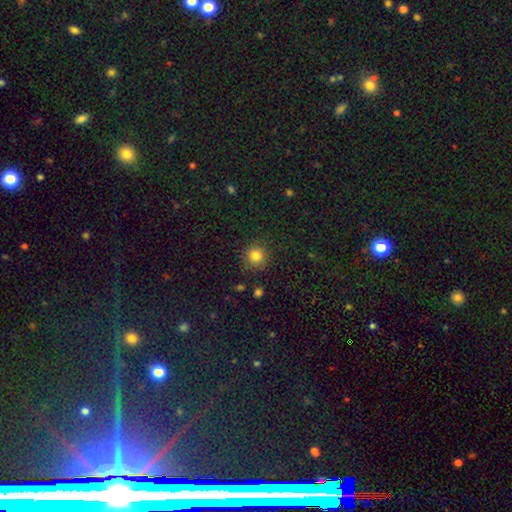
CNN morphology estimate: Smooth or featured?
  - smooth: 83% *
  - star or artifact: 12%
  - featured or disk: 5%
How rounded?
  - round: 93% *
  - in between: 6%
  - cigar-shaped: 1%
Merging?
  - none: 88% *
  - minor disturbance: 8%
  - major disturbance: 3%
  - merger: 1%